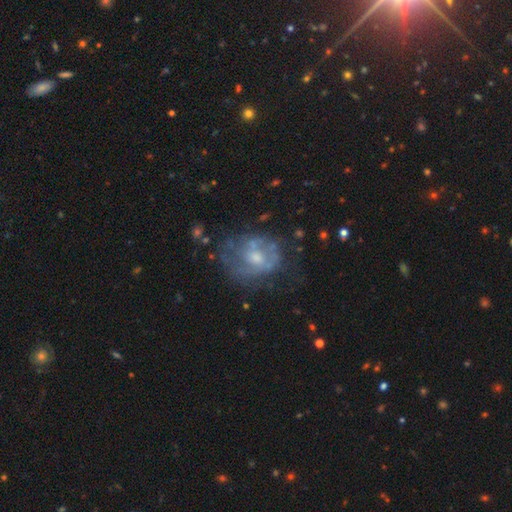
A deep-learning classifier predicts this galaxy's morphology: Overall: featured or disk (64%; smooth 27%). Edge-on disk: no (97%). Bar: no (70%). Spiral arms: yes (50%, tied with no). Bulge size: moderate (54%; small 32%). Merging: none (51%; minor disturbance 24%).